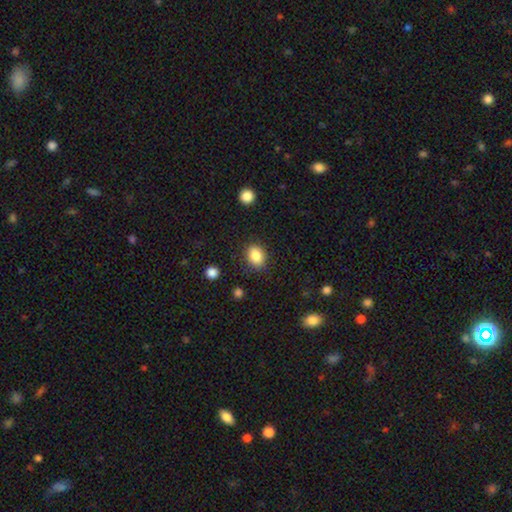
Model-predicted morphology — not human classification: A smooth galaxy with no disk features (86%) that is in between round and cigar-shaped (66%).

Vote fractions:
- Smooth or featured? smooth: 86% / star or artifact: 9% / featured or disk: 5%
- How rounded? in between: 66% / round: 33% / cigar-shaped: 1%
- Merging? none: 85% / minor disturbance: 10% / major disturbance: 3% / merger: 2%